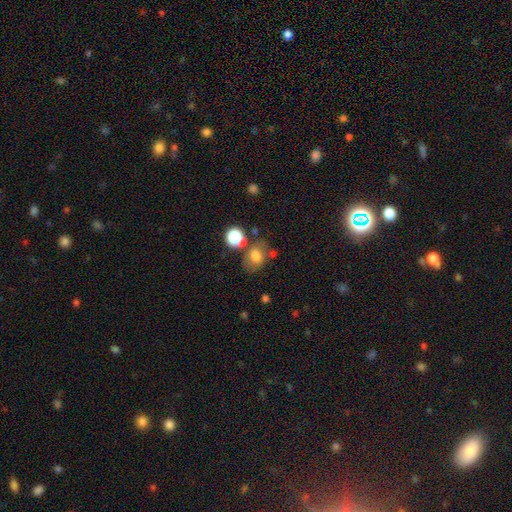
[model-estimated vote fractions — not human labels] Morphology: type=smooth (70%); roundness=in between (59%); merging=none (50%).